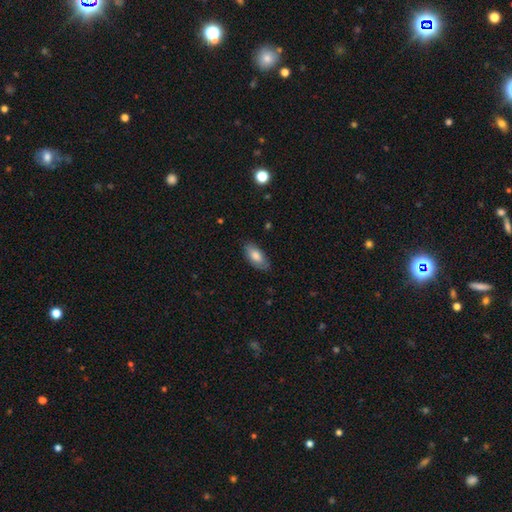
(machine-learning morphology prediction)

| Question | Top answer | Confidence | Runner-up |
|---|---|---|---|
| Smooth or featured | smooth | 81% | featured or disk (13%) |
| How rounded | in between | 90% | cigar-shaped (8%) |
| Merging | none | 81% | minor disturbance (15%) |